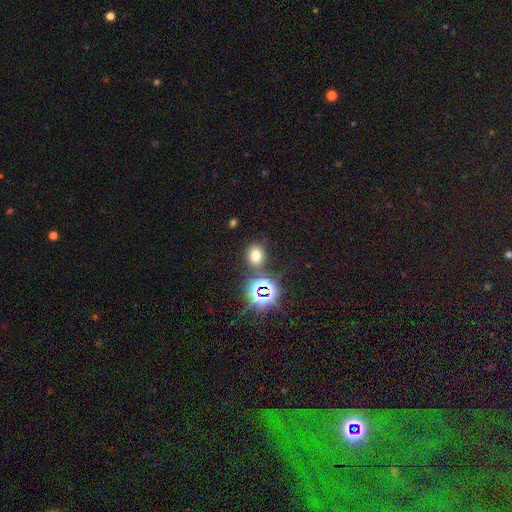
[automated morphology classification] Q: Smooth or featured?
A: smooth (64%); runner-up: star or artifact (27%)
Q: How rounded?
A: round (68%); runner-up: in between (31%)
Q: Merging?
A: none (80%); runner-up: minor disturbance (9%)